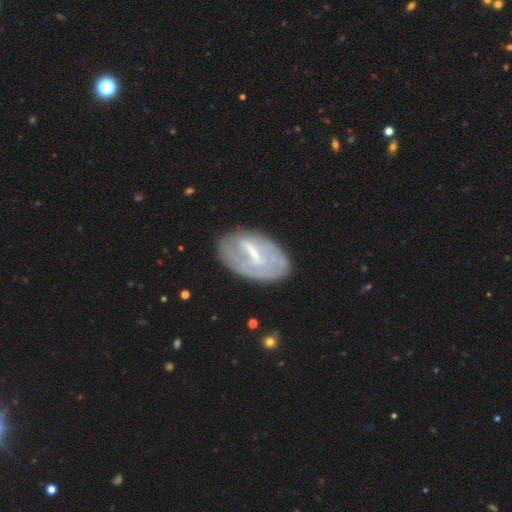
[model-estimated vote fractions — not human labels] Smooth or featured: featured or disk — 65% (smooth — 28%)
Edge-on disk: no — 92% (yes — 8%)
Bar: strong — 52% (weak — 36%)
Spiral arms: yes — 50% (tied with no — 50%)
Bulge size: small — 45% (moderate — 35%)
Merging: none — 68% (minor disturbance — 21%)